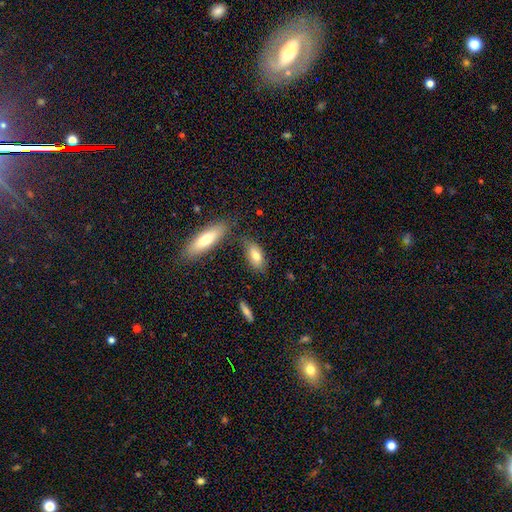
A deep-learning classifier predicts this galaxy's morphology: Smooth or featured? smooth (75%)
How rounded? in between (81%)
Merging? none (70%)